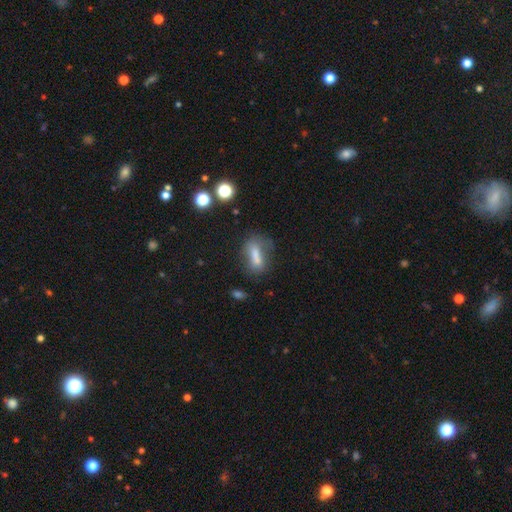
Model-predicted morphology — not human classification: smooth-or-featured: smooth: 66% | featured or disk: 21% | star or artifact: 13%
  how-rounded: in between: 64% | cigar-shaped: 27% | round: 9%
  merging: none: 46% | minor disturbance: 22% | merger: 16% | major disturbance: 16%